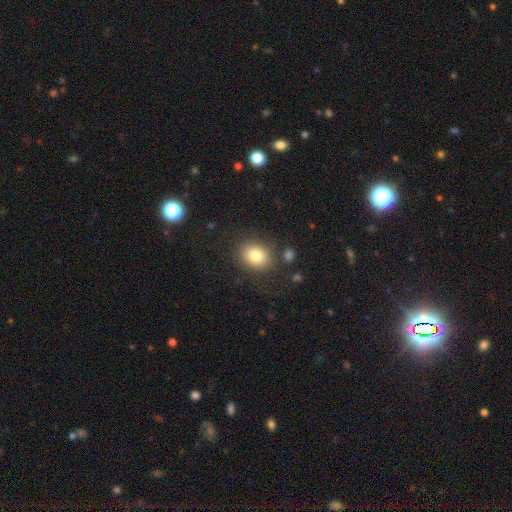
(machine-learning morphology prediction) Overall: smooth (81%). How rounded: round (51%; in between 48%). Merging: none (81%).